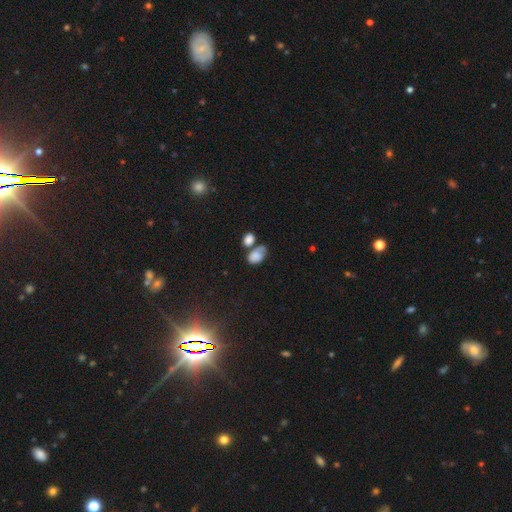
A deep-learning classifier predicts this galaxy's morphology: Smooth or featured? smooth (76%)
How rounded? in between (84%)
Merging? merger (42%)